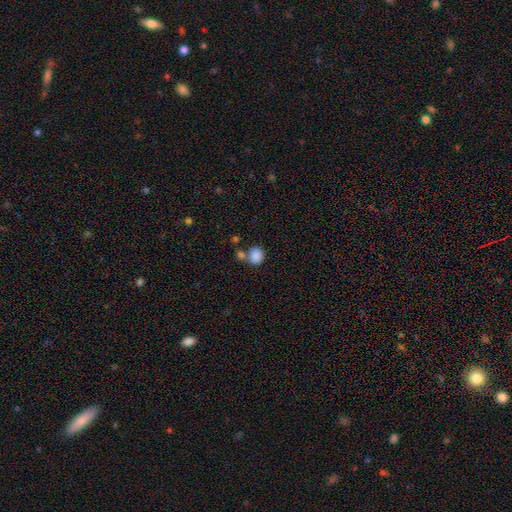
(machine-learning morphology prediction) Smooth or featured? Predicted: smooth (p=0.86). How rounded? Predicted: round (p=0.74). Merging? Predicted: none (p=0.57).